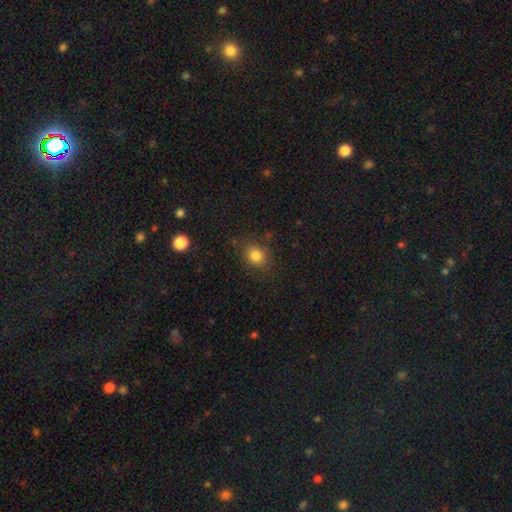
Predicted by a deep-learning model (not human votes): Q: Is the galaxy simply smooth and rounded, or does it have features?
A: smooth — 82%.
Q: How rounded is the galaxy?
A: round — 67%.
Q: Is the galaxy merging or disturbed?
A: none — 81%.